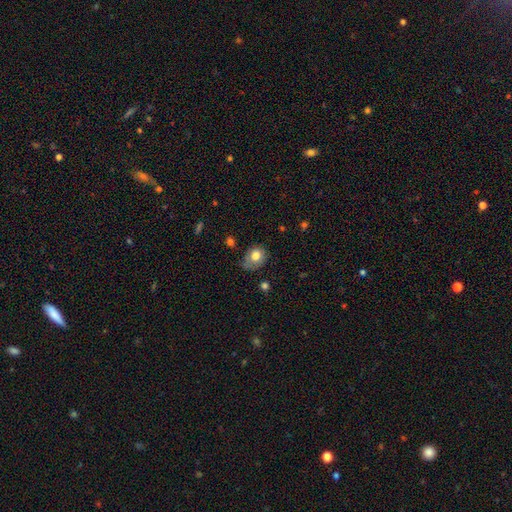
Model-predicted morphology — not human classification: This appears to be a smooth galaxy with no disk features (74%) that is round (51%). Merging: none (53%).